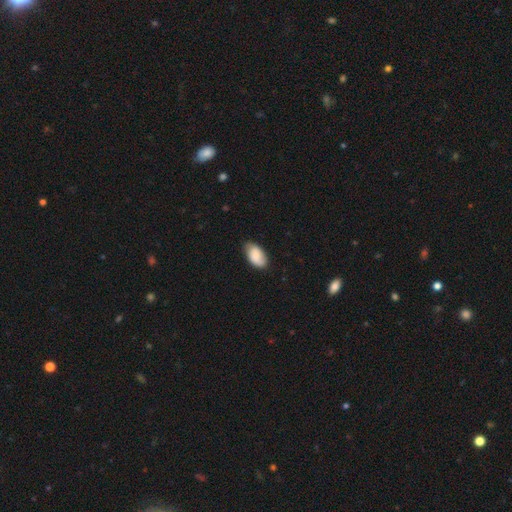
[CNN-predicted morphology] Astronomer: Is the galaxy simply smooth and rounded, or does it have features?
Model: smooth — 82%.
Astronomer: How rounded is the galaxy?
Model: in between — 94%.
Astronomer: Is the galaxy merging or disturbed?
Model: none — 74%.